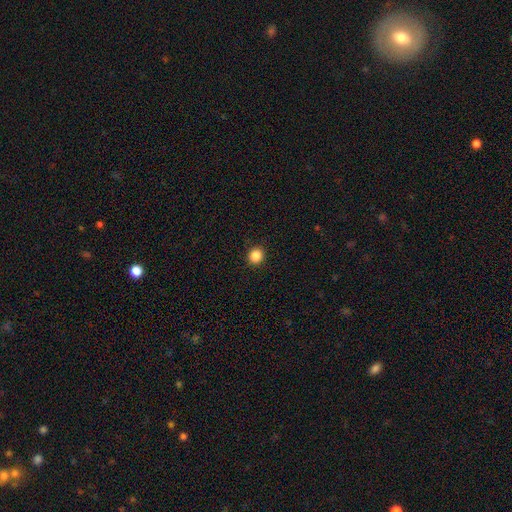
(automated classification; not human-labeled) Smooth or featured? smooth (86%)
How rounded? round (88%)
Merging? none (92%)